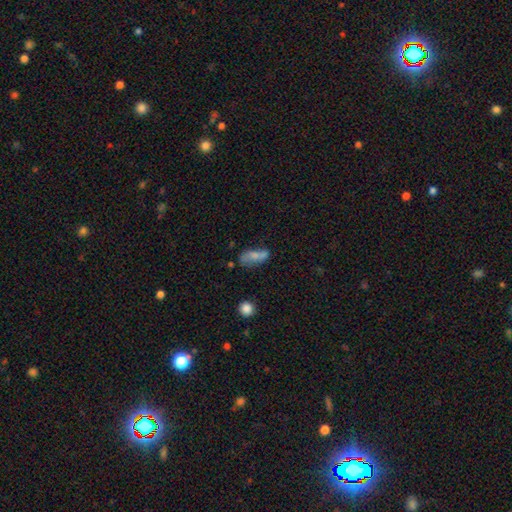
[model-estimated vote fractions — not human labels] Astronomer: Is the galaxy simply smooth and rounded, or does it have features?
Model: smooth — 61%.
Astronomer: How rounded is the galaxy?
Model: in between — 80%.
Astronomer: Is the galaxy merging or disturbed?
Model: none — 36% (runner-up: merger, 28%).